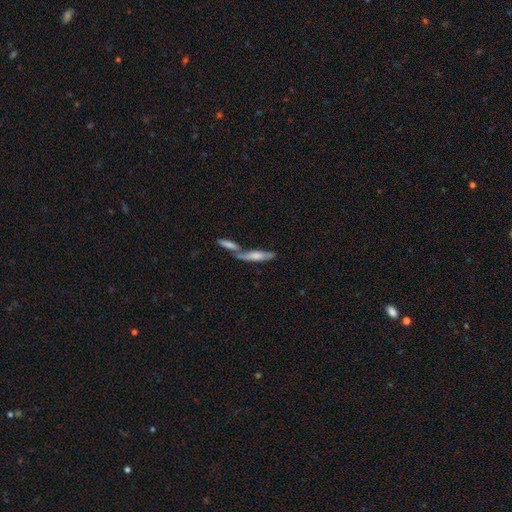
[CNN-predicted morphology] Smooth or featured?
  - smooth: 58% *
  - featured or disk: 36%
  - star or artifact: 7%
How rounded?
  - cigar-shaped: 71% *
  - in between: 27%
  - round: 2%
Merging?
  - merger: 52% *
  - none: 34%
  - minor disturbance: 10%
  - major disturbance: 4%